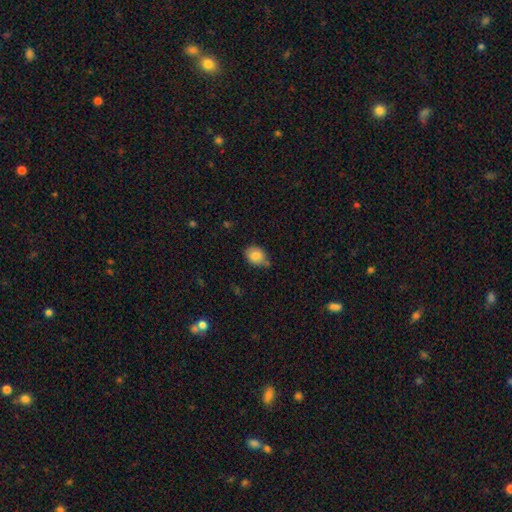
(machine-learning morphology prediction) Smooth or featured: smooth — 81% (featured or disk — 10%)
How rounded: in between — 61% (round — 38%)
Merging: none — 59% (minor disturbance — 30%)